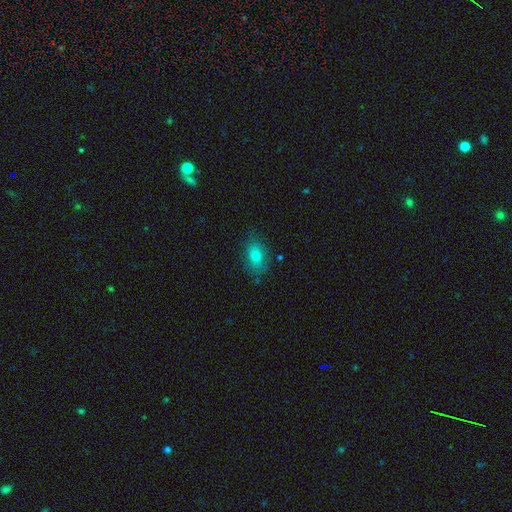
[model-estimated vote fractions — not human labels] smooth-or-featured: smooth: 78% | featured or disk: 12% | star or artifact: 10%
  how-rounded: in between: 80% | round: 18% | cigar-shaped: 2%
  merging: none: 78% | minor disturbance: 16% | major disturbance: 4% | merger: 2%